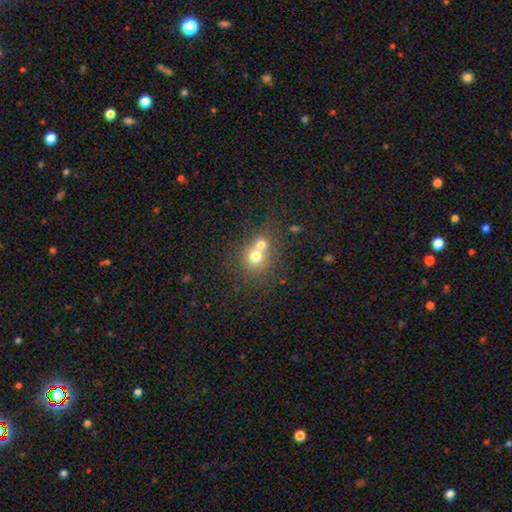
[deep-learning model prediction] Smooth or featured? smooth (69%)
How rounded? round (81%)
Merging? merger (58%)